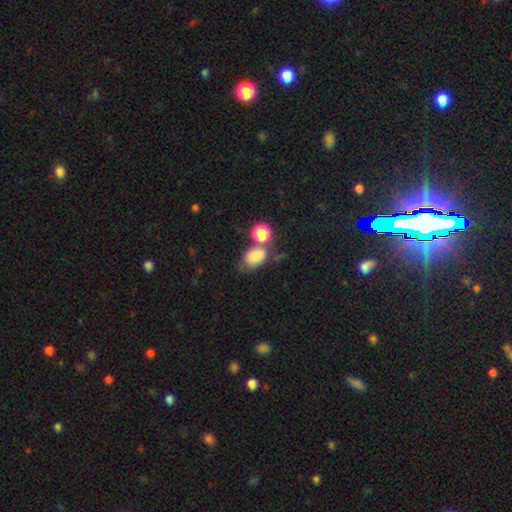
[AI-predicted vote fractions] Smooth or featured? Predicted: smooth (p=0.80). How rounded? Predicted: in between (p=0.80). Merging? Predicted: none (p=0.40).